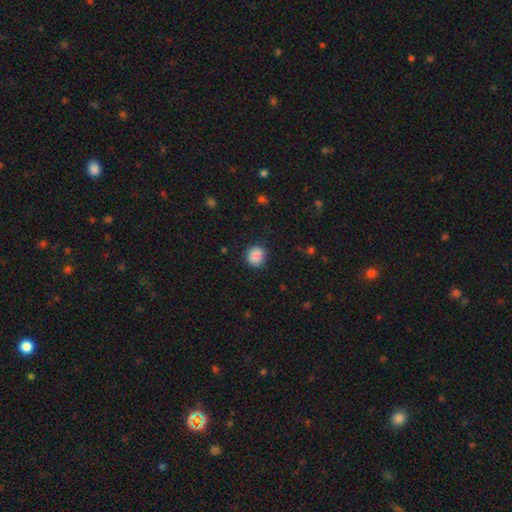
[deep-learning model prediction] Smooth or featured?
  - smooth: 88% *
  - star or artifact: 9%
  - featured or disk: 3%
How rounded?
  - round: 83% *
  - in between: 16%
  - cigar-shaped: 1%
Merging?
  - none: 88% *
  - minor disturbance: 8%
  - major disturbance: 3%
  - merger: 1%